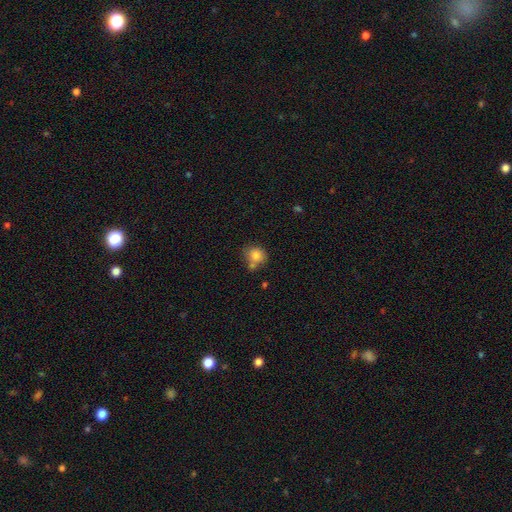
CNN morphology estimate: type=smooth (81%); roundness=round (75%); merging=none (55%).